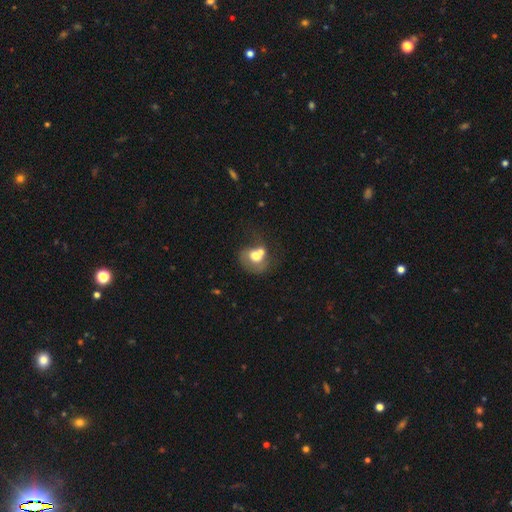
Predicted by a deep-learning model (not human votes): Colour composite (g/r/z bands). It shows a smooth galaxy with no disk features (56%) that is round (57%). Merging: merger (50%).